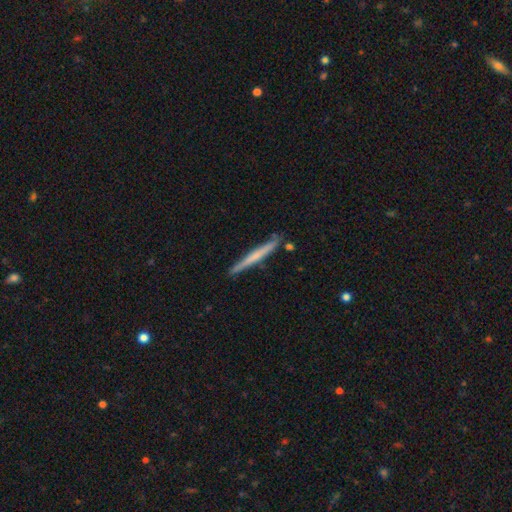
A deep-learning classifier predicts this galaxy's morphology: Smooth or featured?
  - smooth: 48% *
  - featured or disk: 47%
  - star or artifact: 5%
Merging?
  - none: 86% *
  - minor disturbance: 10%
  - merger: 2%
  - major disturbance: 2%